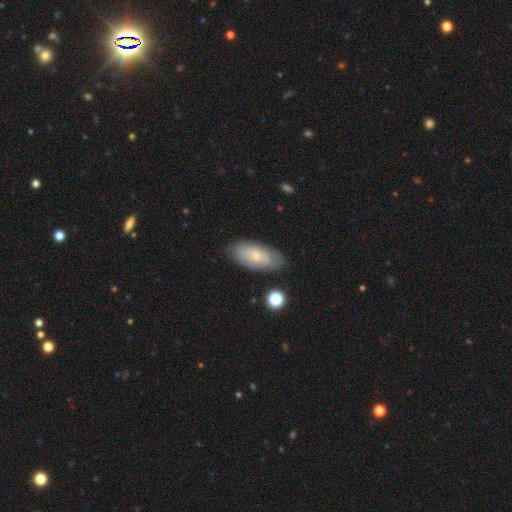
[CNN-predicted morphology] Q: Smooth or featured?
A: smooth (57%); runner-up: featured or disk (36%)
Q: How rounded?
A: in between (90%); runner-up: cigar-shaped (7%)
Q: Merging?
A: none (78%); runner-up: minor disturbance (16%)